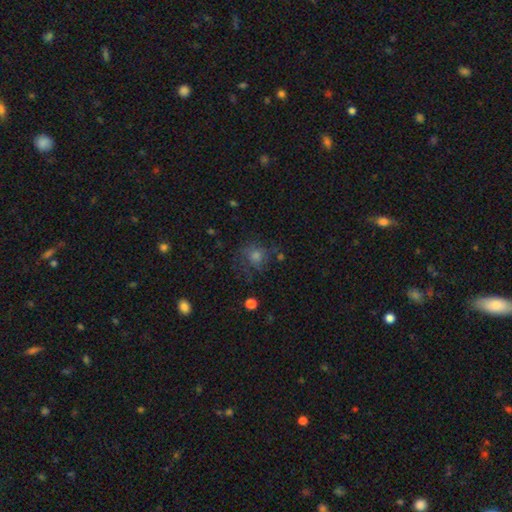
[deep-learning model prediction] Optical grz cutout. It shows a smooth galaxy with no disk features (55%) that is round (80%). Merging: none (63%).